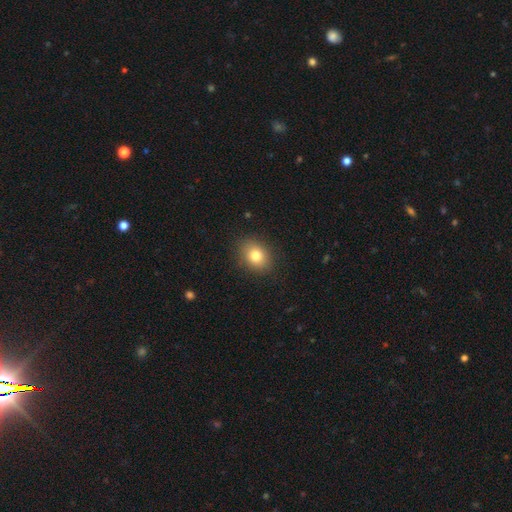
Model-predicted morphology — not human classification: This is likely a smooth galaxy (80%). How rounded: possibly in between (55%). Merging: clearly none (87%).